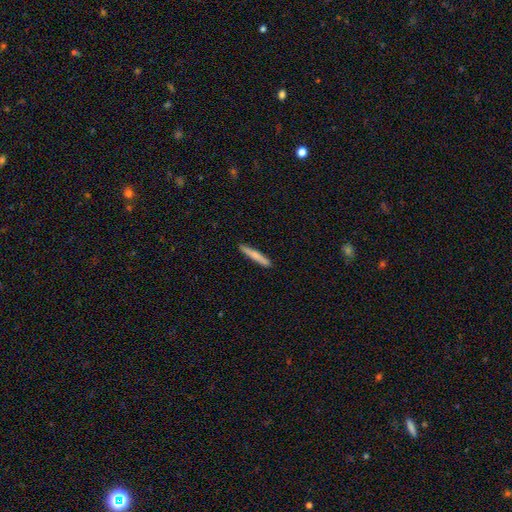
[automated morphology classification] Smooth or featured? Predicted: smooth (p=0.69). How rounded? Predicted: cigar-shaped (p=0.95). Merging? Predicted: none (p=0.90).